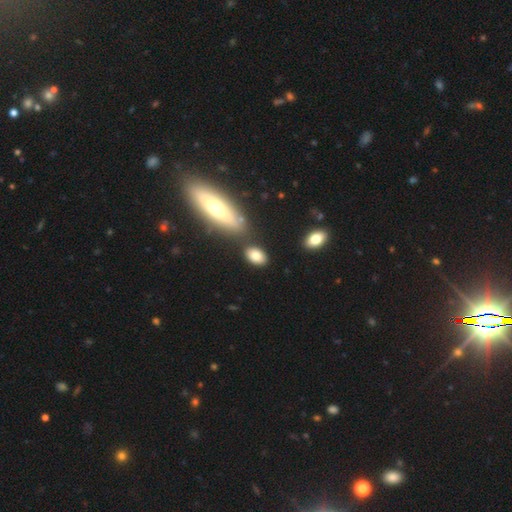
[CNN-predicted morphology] Smooth or featured? smooth (82%)
How rounded? in between (87%)
Merging? none (76%)